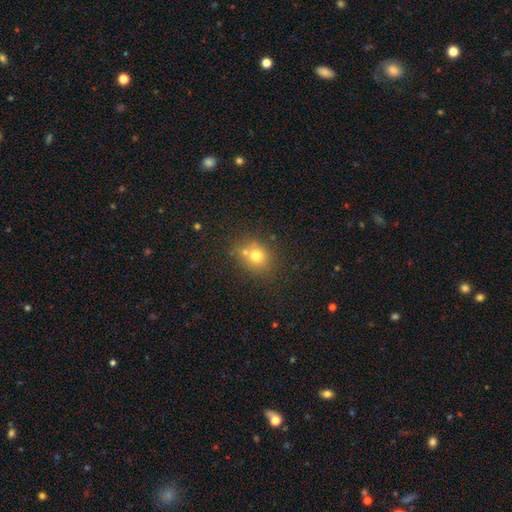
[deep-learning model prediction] smooth_or_featured: smooth (p=0.71) [alt: star or artifact p=0.16]
how_rounded: round (p=0.77) [alt: in between p=0.22]
merging: none (p=0.62) [alt: merger p=0.22]